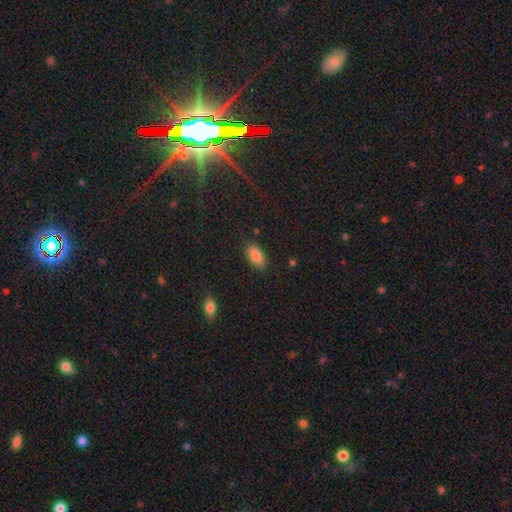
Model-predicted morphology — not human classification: Smooth or featured? Predicted: smooth (p=0.85). How rounded? Predicted: in between (p=0.91). Merging? Predicted: none (p=0.83).